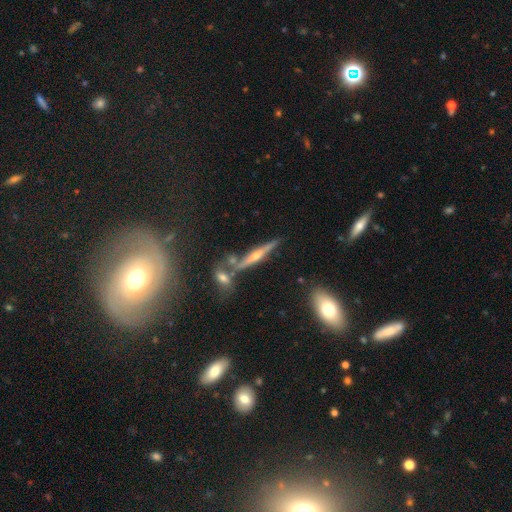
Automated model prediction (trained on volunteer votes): Smooth or featured?
  - featured or disk: 72% *
  - smooth: 19%
  - star or artifact: 9%
Edge-on disk?
  - yes: 95% *
  - no: 5%
Edge-on bulge?
  - rounded: 90% *
  - none: 6%
  - boxy: 5%
Merging?
  - none: 73% *
  - minor disturbance: 13%
  - merger: 10%
  - major disturbance: 4%